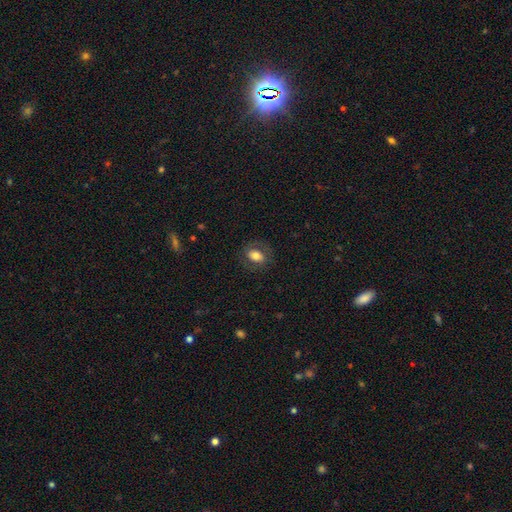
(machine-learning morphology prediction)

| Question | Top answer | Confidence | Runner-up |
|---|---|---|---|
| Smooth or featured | smooth | 69% | featured or disk (23%) |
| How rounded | in between | 75% | round (24%) |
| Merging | none | 77% | minor disturbance (13%) |